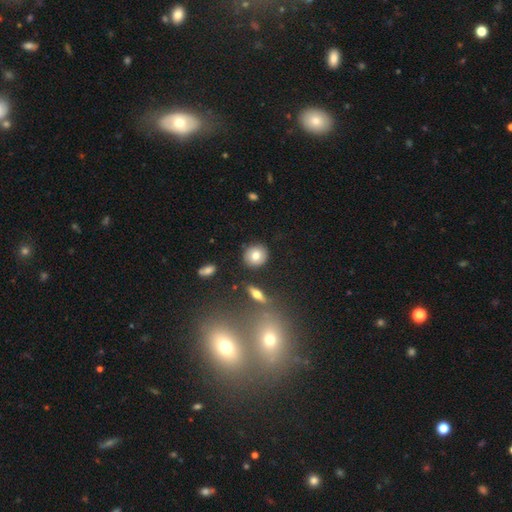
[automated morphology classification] type=smooth (77%); roundness=round (84%); merging=none (88%).